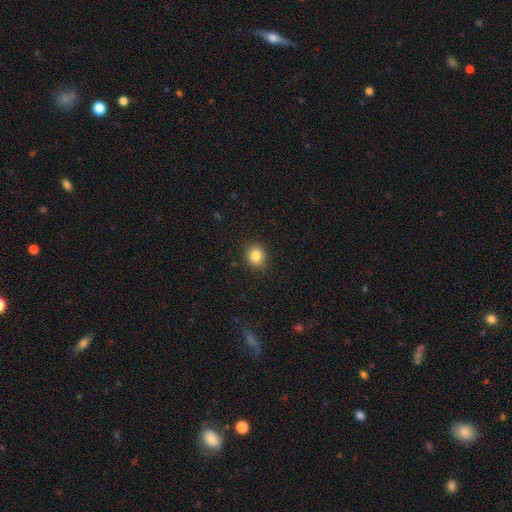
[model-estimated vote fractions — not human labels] Smooth or featured? smooth (84%)
How rounded? round (81%)
Merging? none (89%)